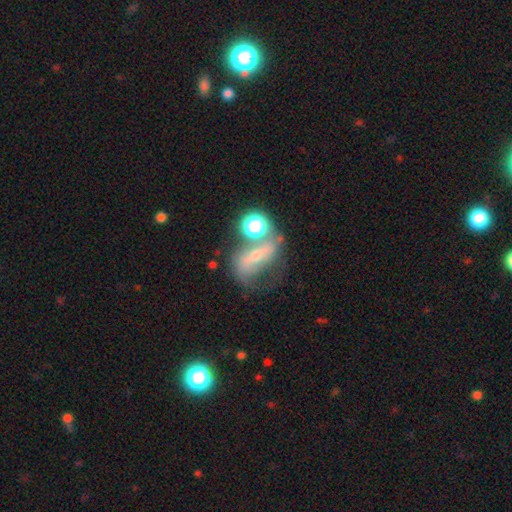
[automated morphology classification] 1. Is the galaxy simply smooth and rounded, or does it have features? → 55% featured or disk, 31% smooth, 15% star or artifact.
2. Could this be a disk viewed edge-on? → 83% no, 17% yes.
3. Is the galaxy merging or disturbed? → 40% none, 23% merger, 19% minor disturbance, 19% major disturbance.